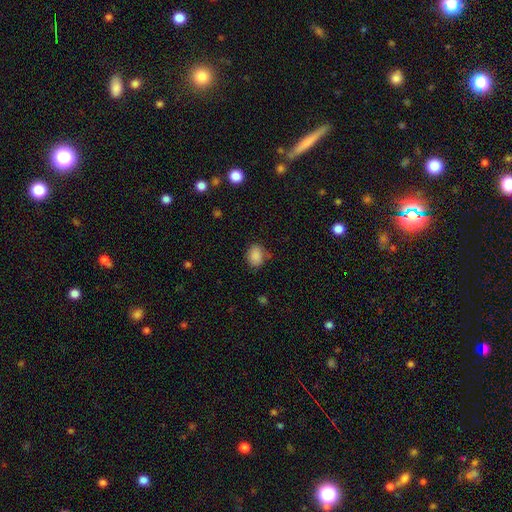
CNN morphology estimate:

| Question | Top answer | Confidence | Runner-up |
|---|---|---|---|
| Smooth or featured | smooth | 86% | star or artifact (9%) |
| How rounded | in between | 56% | round (43%) |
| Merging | none | 72% | minor disturbance (21%) |